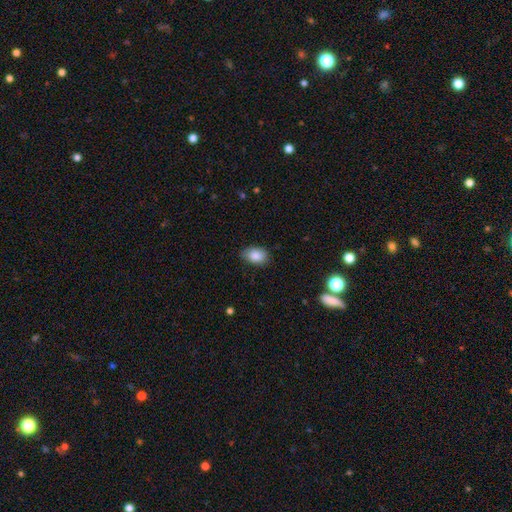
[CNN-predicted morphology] Smooth or featured: smooth — 86% (star or artifact — 8%)
How rounded: in between — 85% (round — 14%)
Merging: none — 79% (minor disturbance — 17%)